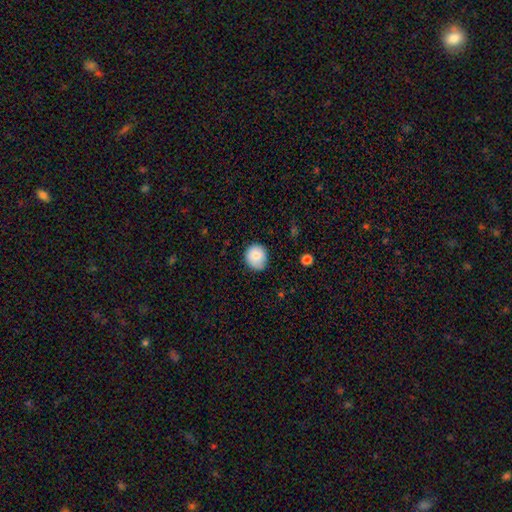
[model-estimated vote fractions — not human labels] smooth 85%, star or artifact 8%, featured or disk 8%. Down the decision tree: how rounded — round (78%); merging — none (77%).